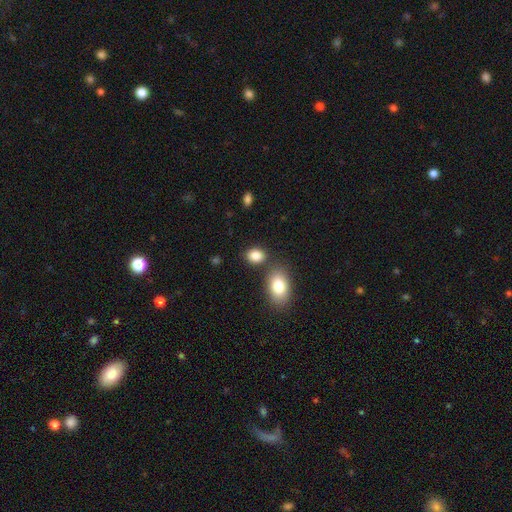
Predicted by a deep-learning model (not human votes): Morphology: type=smooth (86%); roundness=in between (73%); merging=none (68%).